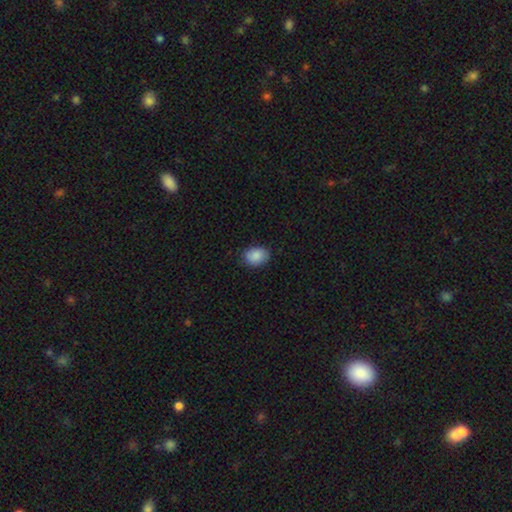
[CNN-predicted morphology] Smooth or featured: smooth — 88% (star or artifact — 7%)
How rounded: in between — 65% (round — 35%)
Merging: none — 84% (minor disturbance — 13%)